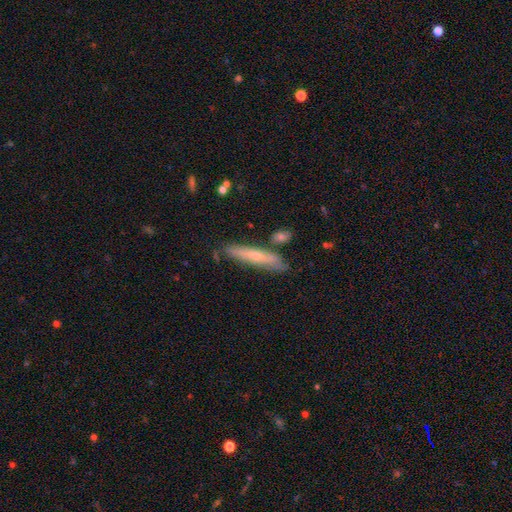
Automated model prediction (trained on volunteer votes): This is possibly a smooth galaxy (47%). Merging: likely none (77%).